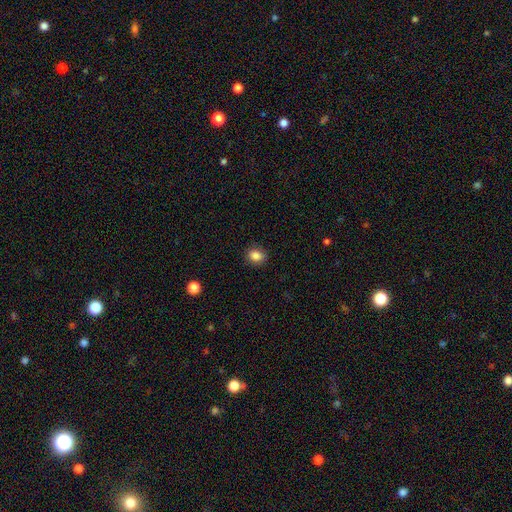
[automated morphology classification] Smooth or featured? Predicted: smooth (p=0.86). How rounded? Predicted: in between (p=0.51). Merging? Predicted: none (p=0.88).